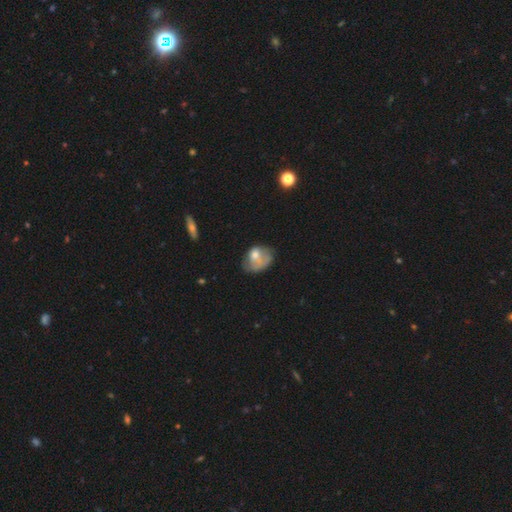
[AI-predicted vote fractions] A smooth galaxy with no disk features (58%) that is in between round and cigar-shaped (64%).

Vote fractions:
- Smooth or featured? smooth: 58% / featured or disk: 33% / star or artifact: 9%
- How rounded? in between: 64% / round: 35% / cigar-shaped: 1%
- Merging? none: 35% / minor disturbance: 33% / major disturbance: 27% / merger: 5%